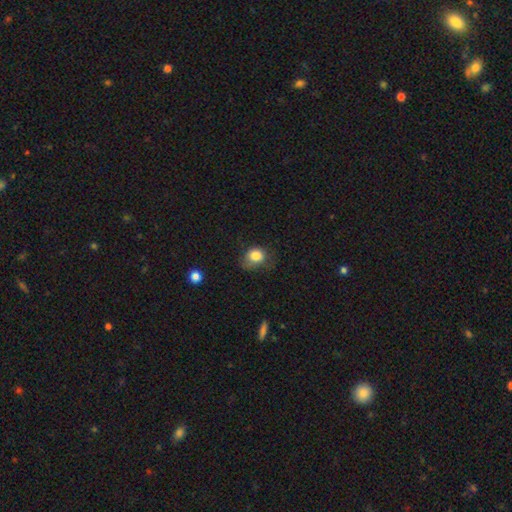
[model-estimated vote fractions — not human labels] smooth_or_featured: smooth (p=0.82) [alt: star or artifact p=0.09]
how_rounded: round (p=0.61) [alt: in between p=0.38]
merging: none (p=0.48) [alt: minor disturbance p=0.34]